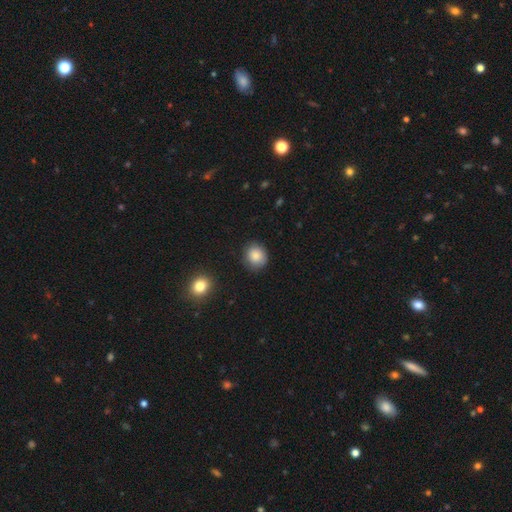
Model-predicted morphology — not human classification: Q: Smooth or featured?
A: smooth (84%); runner-up: star or artifact (8%)
Q: How rounded?
A: round (78%); runner-up: in between (21%)
Q: Merging?
A: none (82%); runner-up: minor disturbance (14%)